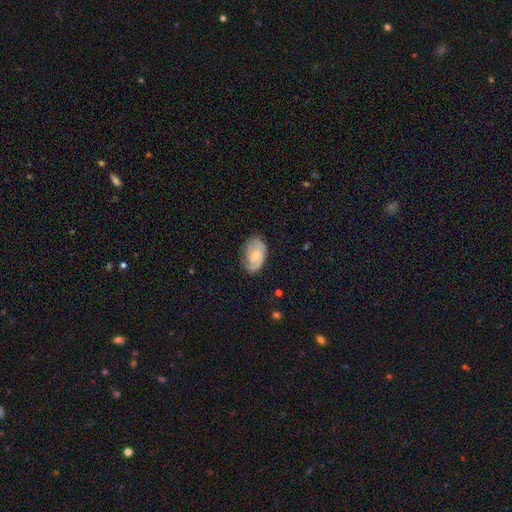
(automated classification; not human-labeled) This is possibly a featured or disk galaxy (60%). It is clearly not viewed edge-on (96%). Bar: likely no (64%). Spiral arm pattern: clearly yes (89%). Spiral arm count: possibly 2 (46%). Spiral winding: possibly tight (46%). Central bulge: possibly small (49%). Merging: likely none (67%).